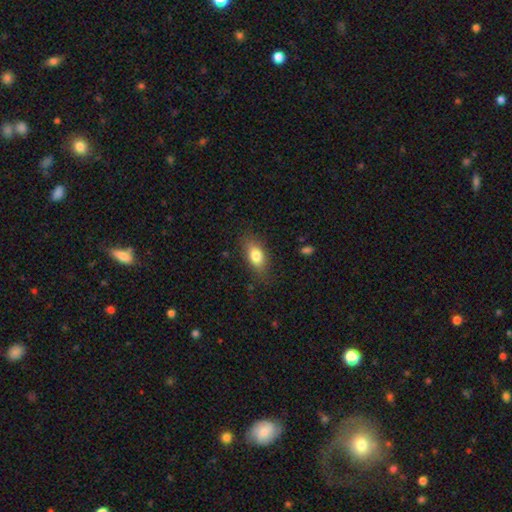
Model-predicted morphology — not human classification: type=smooth (80%); roundness=in between (82%); merging=none (78%).